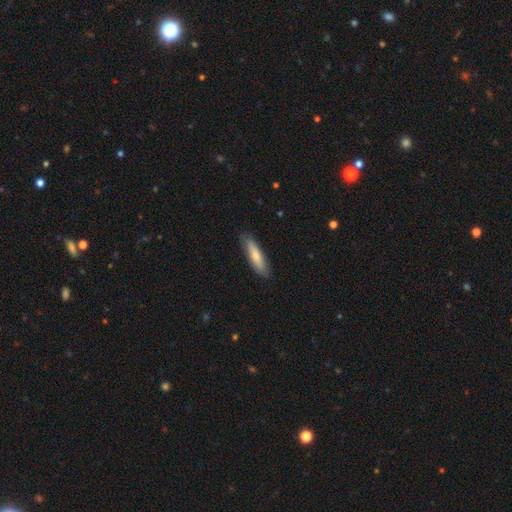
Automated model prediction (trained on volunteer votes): Smooth or featured: smooth — 74% (featured or disk — 20%)
How rounded: cigar-shaped — 74% (in between — 25%)
Merging: none — 86% (minor disturbance — 11%)